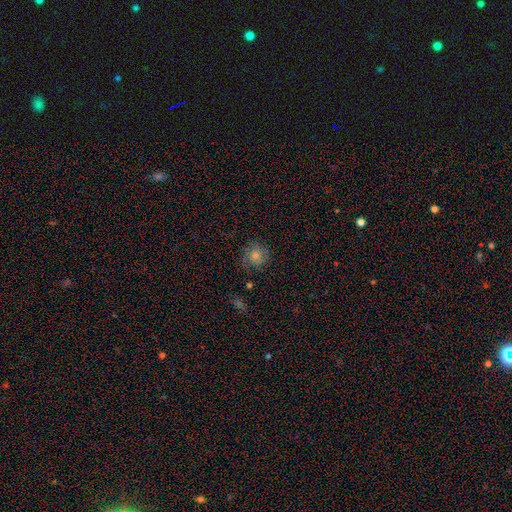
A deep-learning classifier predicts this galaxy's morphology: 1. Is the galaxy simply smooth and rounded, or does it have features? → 63% smooth, 25% featured or disk, 12% star or artifact.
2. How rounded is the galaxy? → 89% round, 10% in between, 1% cigar-shaped.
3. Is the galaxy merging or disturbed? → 74% none, 17% minor disturbance, 7% major disturbance, 2% merger.